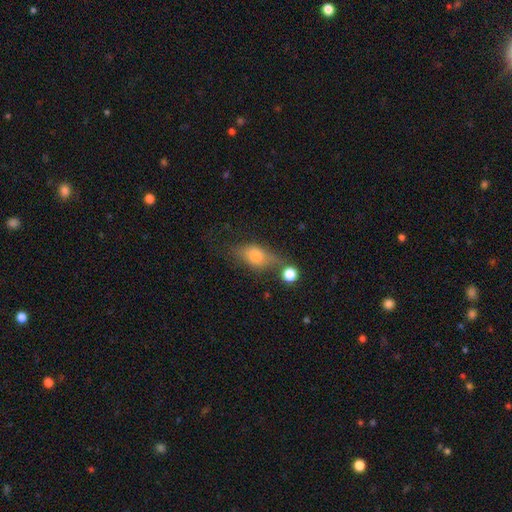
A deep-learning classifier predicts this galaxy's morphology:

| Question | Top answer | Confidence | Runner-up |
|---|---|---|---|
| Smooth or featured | smooth | 64% | featured or disk (25%) |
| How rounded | in between | 72% | round (20%) |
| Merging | none | 44% | minor disturbance (25%) |